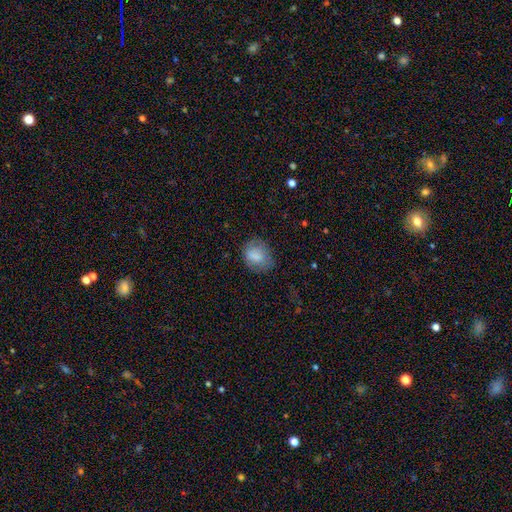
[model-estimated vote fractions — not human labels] Smooth or featured?
  - smooth: 79% *
  - featured or disk: 12%
  - star or artifact: 8%
How rounded?
  - in between: 55% *
  - round: 44%
  - cigar-shaped: 1%
Merging?
  - none: 64% *
  - minor disturbance: 24%
  - major disturbance: 10%
  - merger: 1%